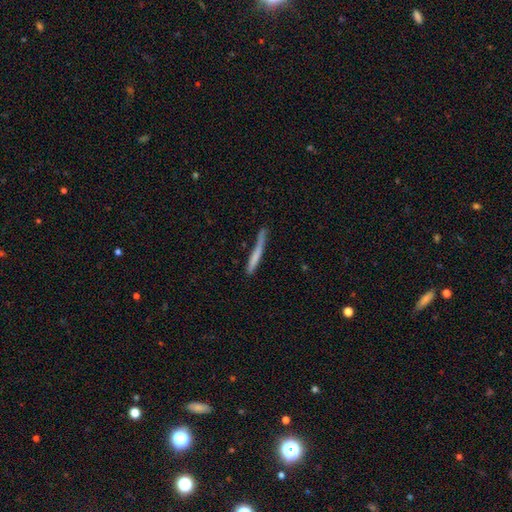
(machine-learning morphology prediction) smooth_or_featured: smooth (p=0.64) [alt: featured or disk p=0.30]
how_rounded: cigar-shaped (p=0.96) [alt: in between p=0.02]
merging: none (p=0.70) [alt: minor disturbance p=0.21]